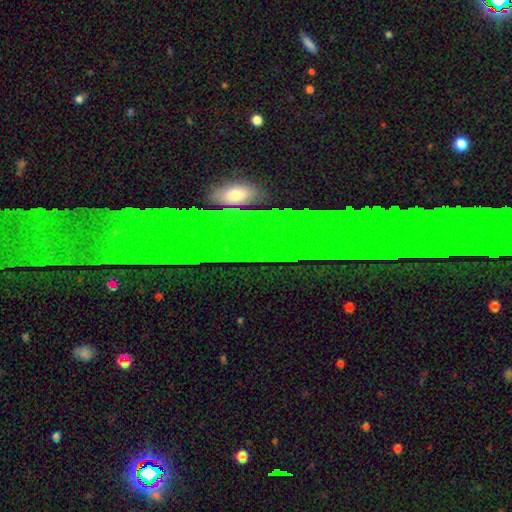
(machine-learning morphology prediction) Smooth or featured? Predicted: star or artifact (p=0.70).